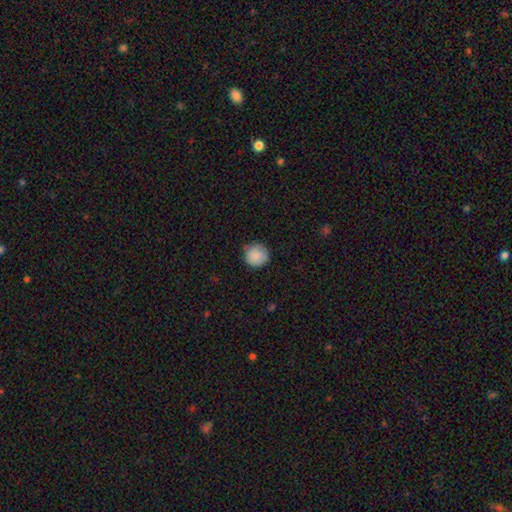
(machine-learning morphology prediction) type=smooth (87%); roundness=round (94%); merging=none (81%).